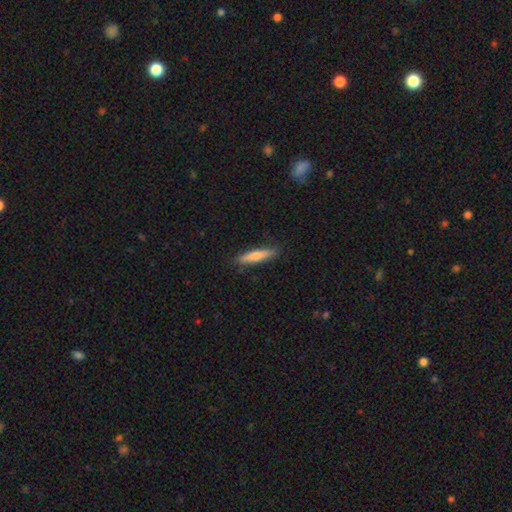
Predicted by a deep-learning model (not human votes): Smooth or featured? Predicted: smooth (p=0.69). How rounded? Predicted: cigar-shaped (p=0.89). Merging? Predicted: none (p=0.88).